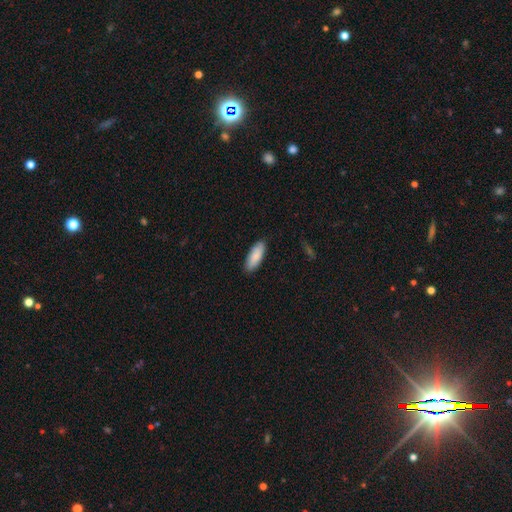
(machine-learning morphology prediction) smooth 85%, featured or disk 10%, star or artifact 5%. Down the decision tree: how rounded — in between (73%); merging — none (87%).